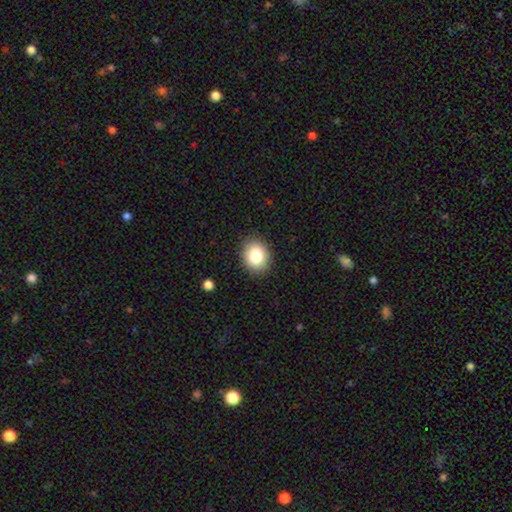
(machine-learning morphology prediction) Smooth or featured: smooth — 83% (star or artifact — 9%)
How rounded: round — 54% (in between — 45%)
Merging: none — 89% (minor disturbance — 8%)